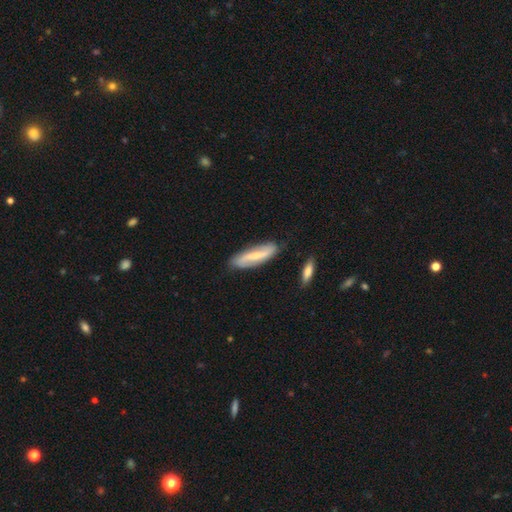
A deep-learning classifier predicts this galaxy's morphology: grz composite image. It shows a featured or disk galaxy (58%). Merging: none (82%).